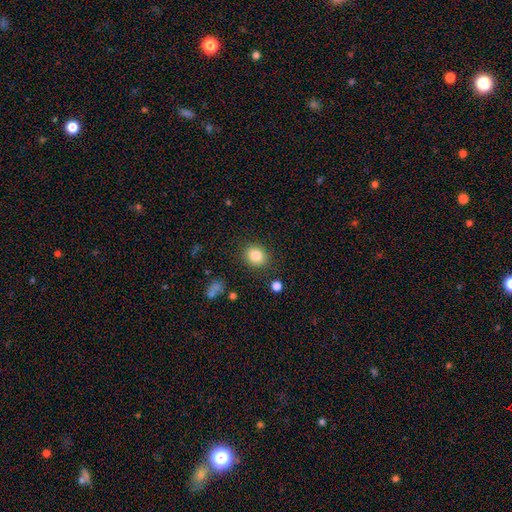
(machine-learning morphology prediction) The model was most divided on "how rounded": round: 74%, in between: 25%, cigar-shaped: 1%. More confident: merging — none (87%); smooth or featured — smooth (84%).